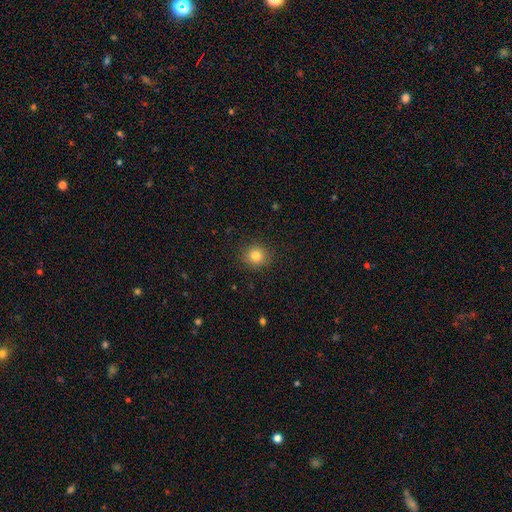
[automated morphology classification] This appears to be a smooth galaxy with no disk features (81%) that is round (91%). Merging: none (91%).